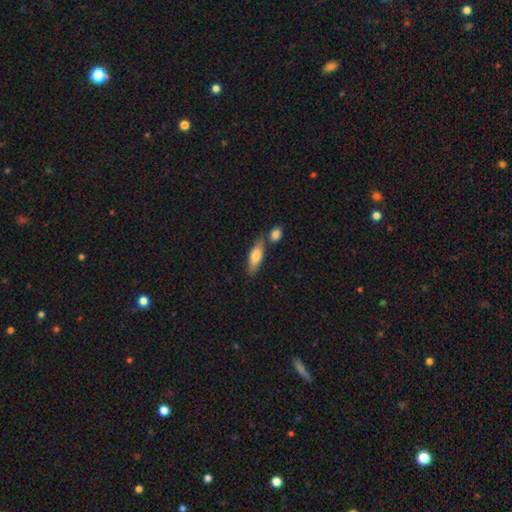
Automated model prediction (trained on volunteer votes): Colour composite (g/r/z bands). It shows a smooth galaxy with no disk features (73%) that is in between round and cigar-shaped (56%). Merging: none (59%).